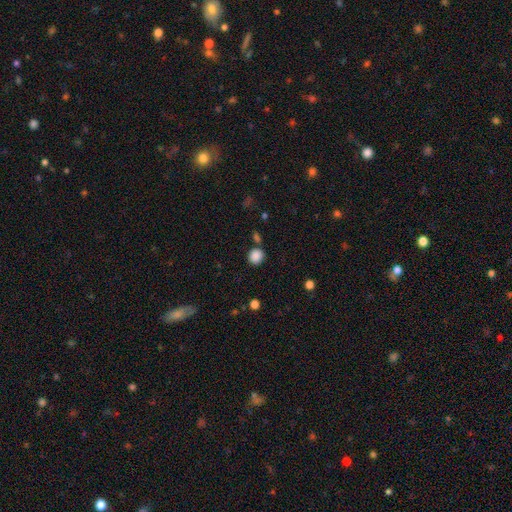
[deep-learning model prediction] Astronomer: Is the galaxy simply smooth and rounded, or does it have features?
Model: smooth — 87%.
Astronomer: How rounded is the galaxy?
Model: round — 86%.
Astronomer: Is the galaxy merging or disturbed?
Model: none — 78%.